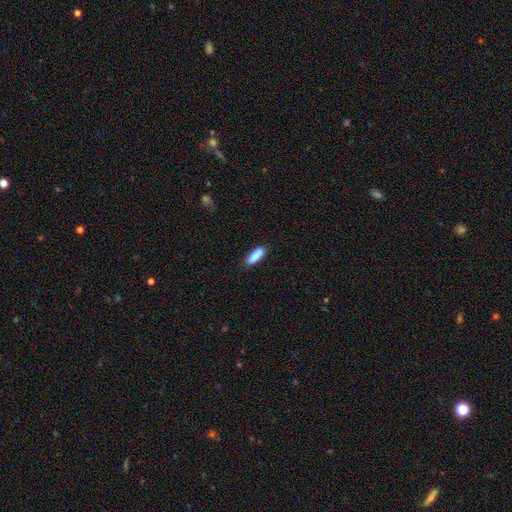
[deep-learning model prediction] A smooth galaxy with no disk features (88%) that is in between round and cigar-shaped (52%).

Vote fractions:
- Smooth or featured? smooth: 88% / star or artifact: 6% / featured or disk: 6%
- How rounded? in between: 52% / cigar-shaped: 46% / round: 2%
- Merging? none: 80% / minor disturbance: 15% / major disturbance: 3% / merger: 2%